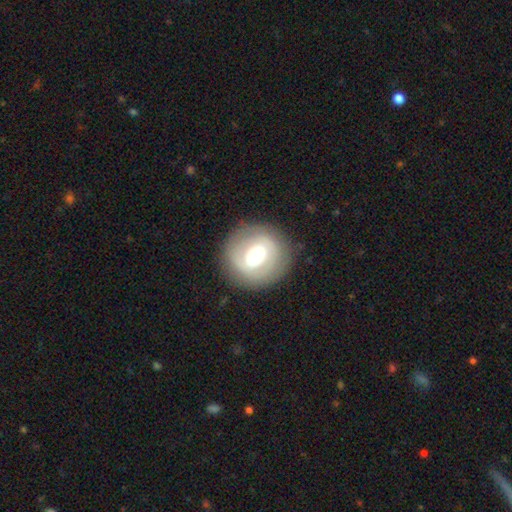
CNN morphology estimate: This appears to be a featured or disk galaxy (51%). Merging: none (85%).